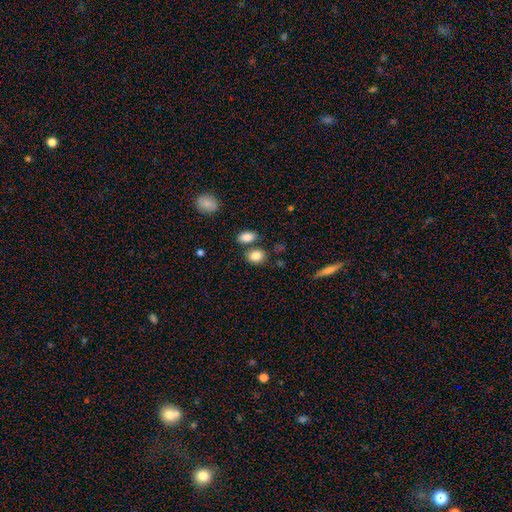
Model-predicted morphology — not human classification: The model was most divided on "how rounded": in between: 64%, round: 34%, cigar-shaped: 1%. More confident: smooth or featured — smooth (84%); merging — none (67%).